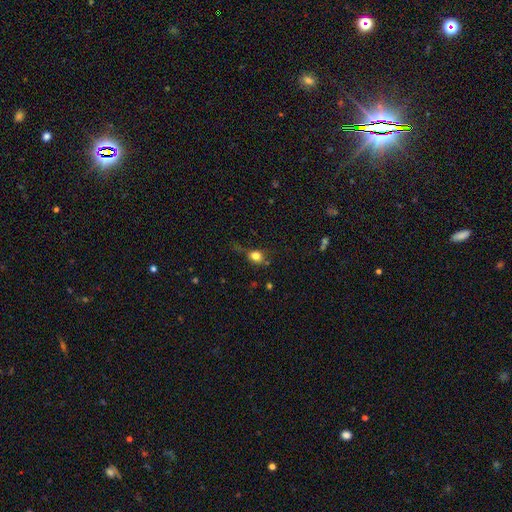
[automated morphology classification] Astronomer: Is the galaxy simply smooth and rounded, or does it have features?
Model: smooth — 76%.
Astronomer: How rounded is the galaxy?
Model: round — 68%.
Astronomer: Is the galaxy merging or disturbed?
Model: none — 58%.